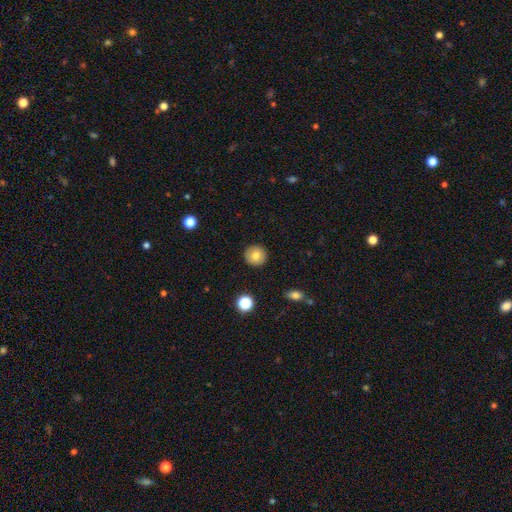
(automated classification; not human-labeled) This is likely a smooth galaxy (79%). How rounded: clearly round (94%). Merging: clearly none (92%).